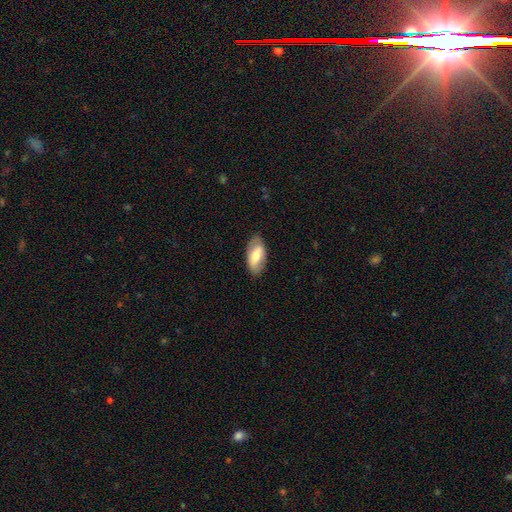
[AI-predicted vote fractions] Smooth or featured?
  - smooth: 63% *
  - featured or disk: 31%
  - star or artifact: 6%
How rounded?
  - in between: 92% *
  - cigar-shaped: 6%
  - round: 3%
Merging?
  - none: 80% *
  - minor disturbance: 15%
  - major disturbance: 4%
  - merger: 1%